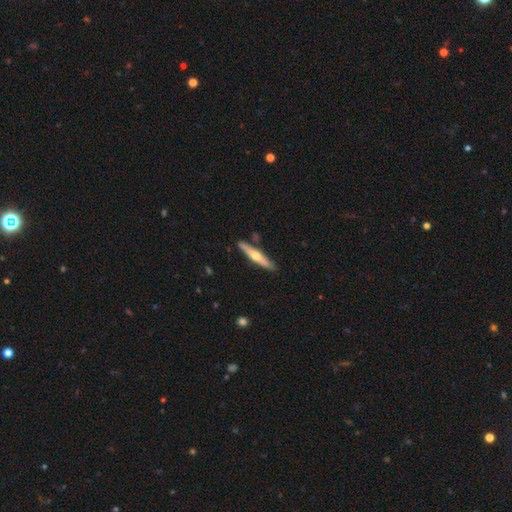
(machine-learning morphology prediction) This is possibly a featured or disk galaxy (57%). It is clearly viewed edge-on (95%). Edge-on bulge: clearly rounded (90%). Merging: clearly none (87%).